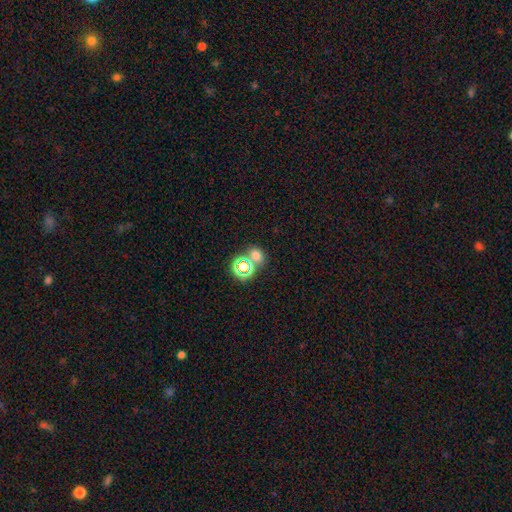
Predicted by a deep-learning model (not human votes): A smooth galaxy with no disk features (60%) that is round (68%). Merging: none (63%).